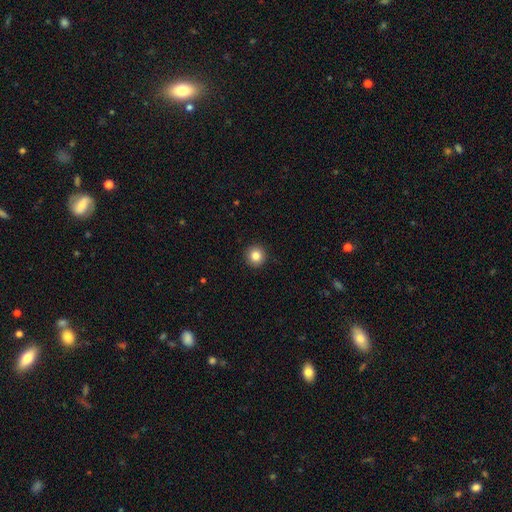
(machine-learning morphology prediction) smooth 85%, star or artifact 10%, featured or disk 5%. Down the decision tree: how rounded — round (95%); merging — none (93%).